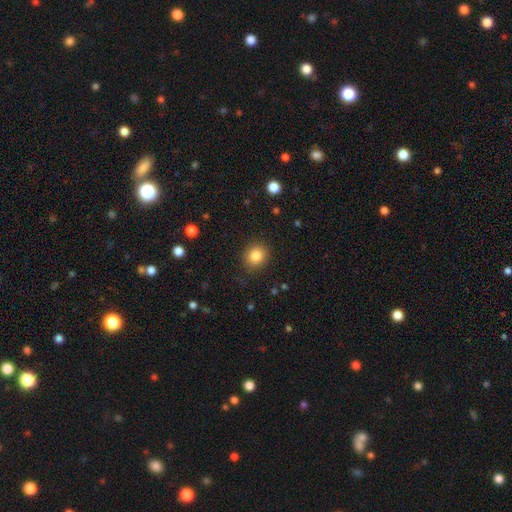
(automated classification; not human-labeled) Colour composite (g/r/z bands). It shows a smooth galaxy with no disk features (84%) that is round (77%). Merging: none (87%).